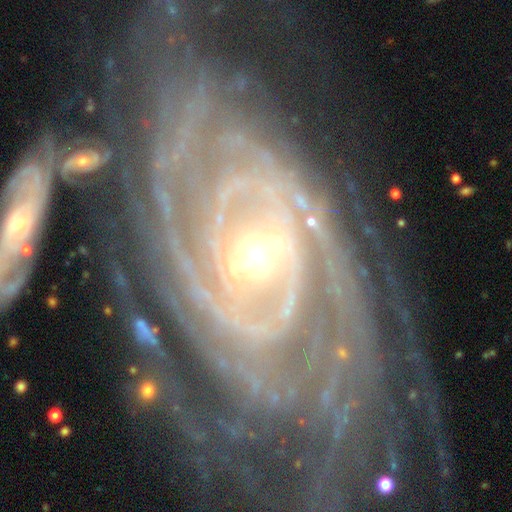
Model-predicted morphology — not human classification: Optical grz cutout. It shows a featured or disk galaxy (92%) with no bar (57%), 2 (31%) tight (78%) spiral arms (98%) and a small central bulge (57%). Merging: none (52%).